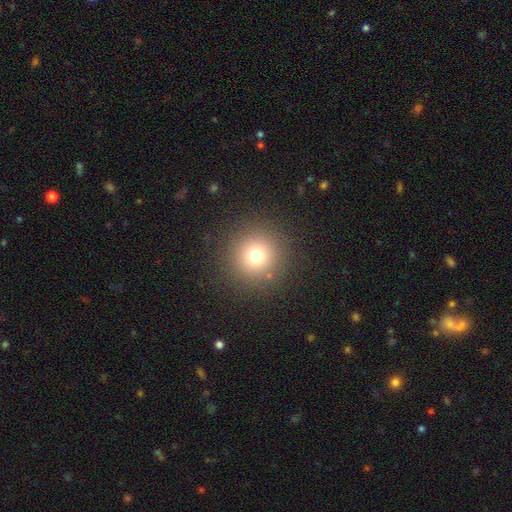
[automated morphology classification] This is likely a smooth galaxy (74%). How rounded: clearly round (95%). Merging: clearly none (90%).